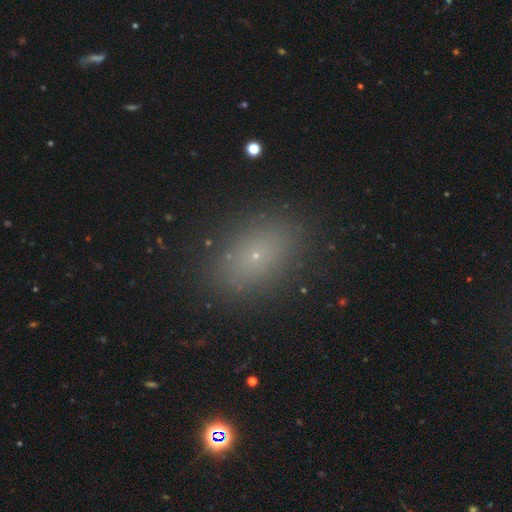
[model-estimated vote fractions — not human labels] smooth-or-featured: smooth: 67% | star or artifact: 19% | featured or disk: 14%
  how-rounded: in between: 79% | round: 19% | cigar-shaped: 2%
  merging: none: 87% | minor disturbance: 9% | major disturbance: 3% | merger: 1%